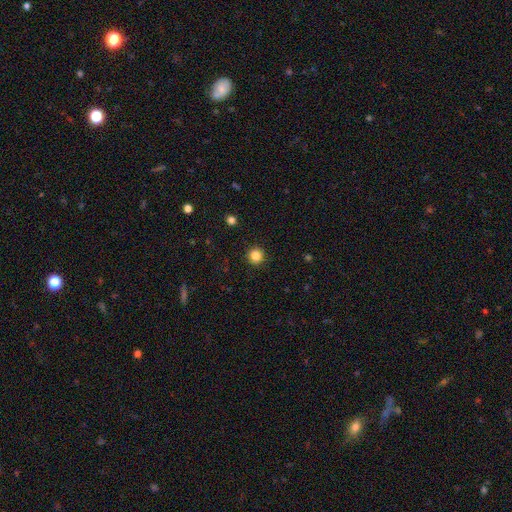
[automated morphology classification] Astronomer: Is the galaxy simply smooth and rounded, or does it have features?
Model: smooth — 85%.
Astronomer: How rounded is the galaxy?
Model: round — 95%.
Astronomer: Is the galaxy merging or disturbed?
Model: none — 92%.